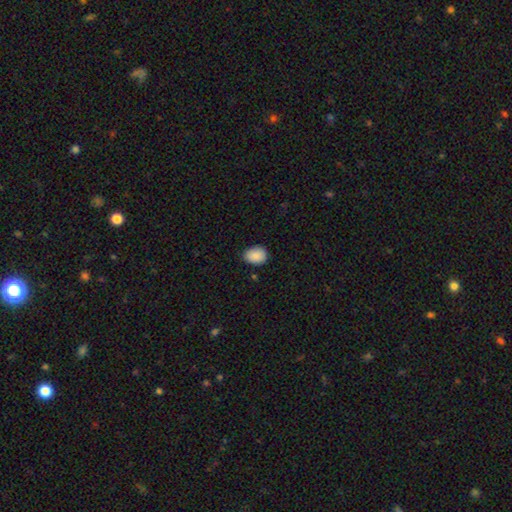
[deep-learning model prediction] Overall: smooth (89%). How rounded: in between (63%; round 36%). Merging: none (80%).